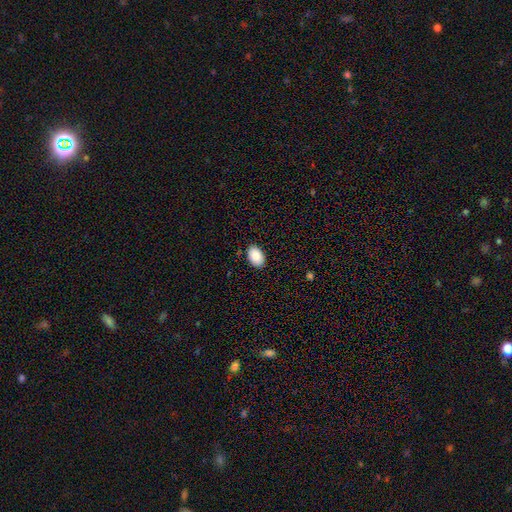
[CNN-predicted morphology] smooth-or-featured: smooth: 89% | star or artifact: 7% | featured or disk: 4%
  how-rounded: in between: 89% | round: 10% | cigar-shaped: 1%
  merging: none: 88% | minor disturbance: 9% | major disturbance: 2% | merger: 1%